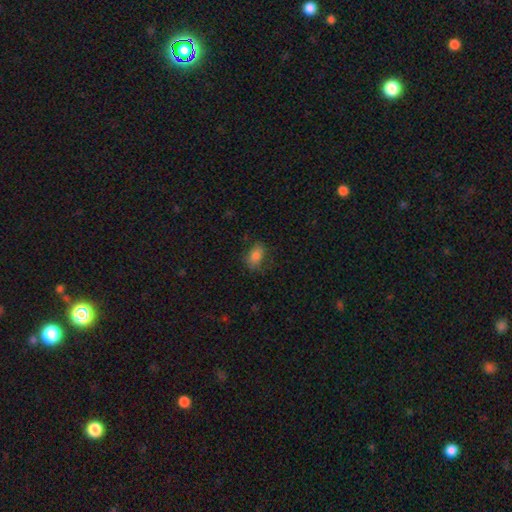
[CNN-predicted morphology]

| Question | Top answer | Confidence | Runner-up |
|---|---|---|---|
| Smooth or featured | smooth | 82% | star or artifact (10%) |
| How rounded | in between | 85% | round (13%) |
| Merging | none | 74% | minor disturbance (19%) |